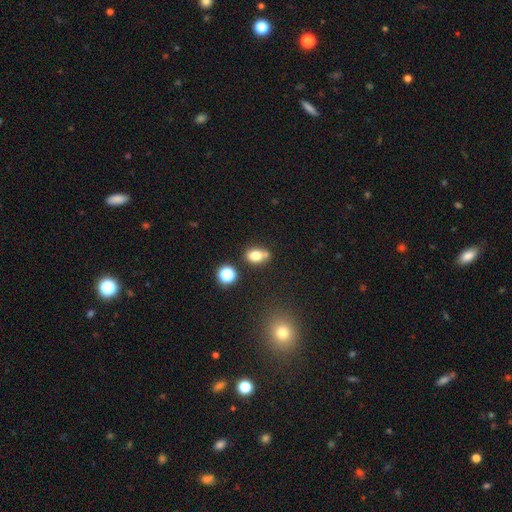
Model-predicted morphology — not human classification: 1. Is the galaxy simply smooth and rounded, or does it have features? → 75% smooth, 12% star or artifact, 12% featured or disk.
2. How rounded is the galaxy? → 72% in between, 25% round, 3% cigar-shaped.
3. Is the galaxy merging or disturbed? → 51% none, 21% minor disturbance, 21% merger, 7% major disturbance.